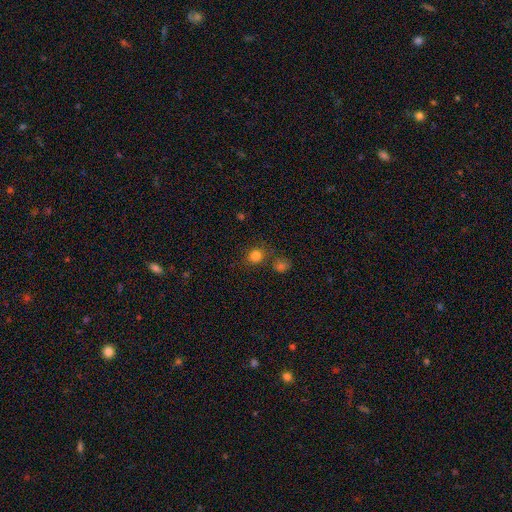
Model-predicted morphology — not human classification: smooth-or-featured: smooth: 80% | star or artifact: 14% | featured or disk: 6%
  how-rounded: round: 82% | in between: 17% | cigar-shaped: 1%
  merging: none: 73% | merger: 12% | minor disturbance: 11% | major disturbance: 4%